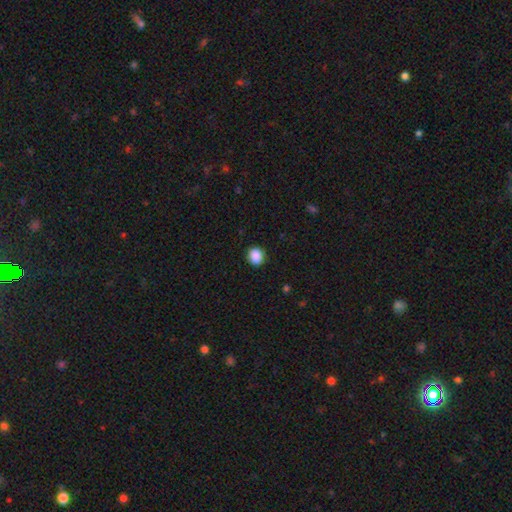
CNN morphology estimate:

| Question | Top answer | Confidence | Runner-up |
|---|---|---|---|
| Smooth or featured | smooth | 89% | star or artifact (9%) |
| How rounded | round | 72% | in between (27%) |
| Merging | none | 89% | minor disturbance (8%) |